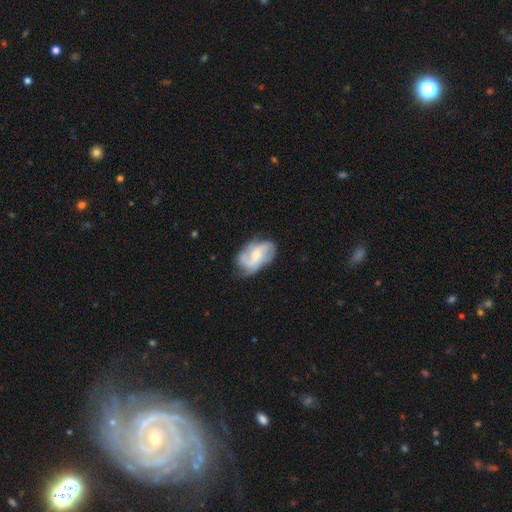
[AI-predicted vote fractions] This appears to be a featured or disk galaxy (64%) with no bar (47%), 2 (40%) medium (43%) spiral arms (82%) and a small central bulge (46%). Merging: none (58%).